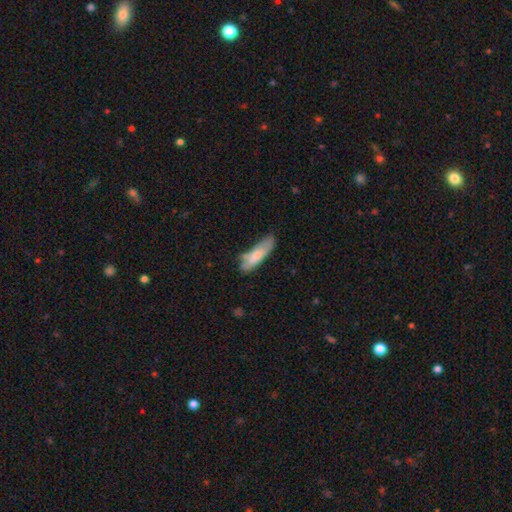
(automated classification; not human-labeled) Overall: smooth (75%). How rounded: cigar-shaped (56%; in between 42%). Merging: none (50%; minor disturbance 32%).